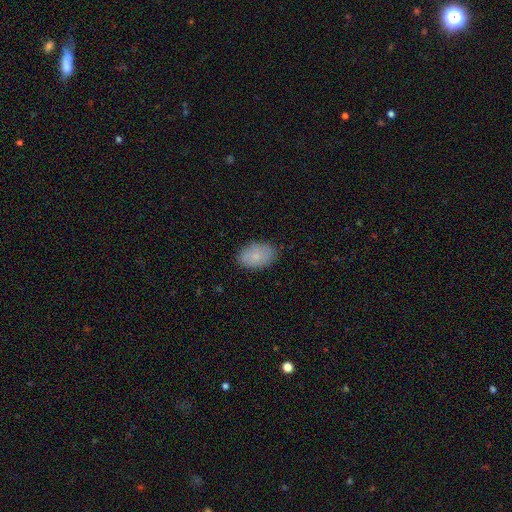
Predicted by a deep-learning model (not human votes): Smooth or featured? smooth (79%)
How rounded? in between (89%)
Merging? none (85%)